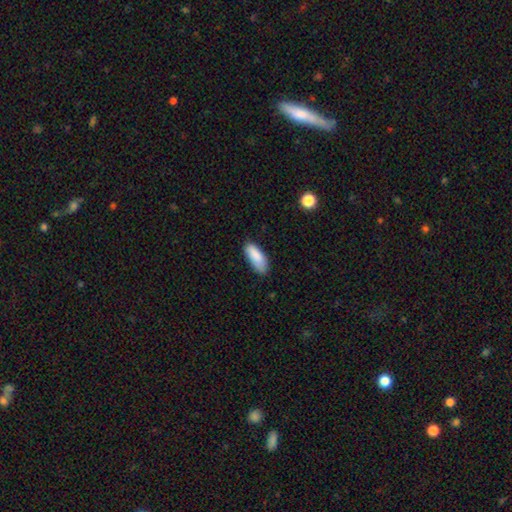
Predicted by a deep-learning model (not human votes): This is clearly a smooth galaxy (88%). How rounded: likely in between (76%). Merging: likely none (76%).